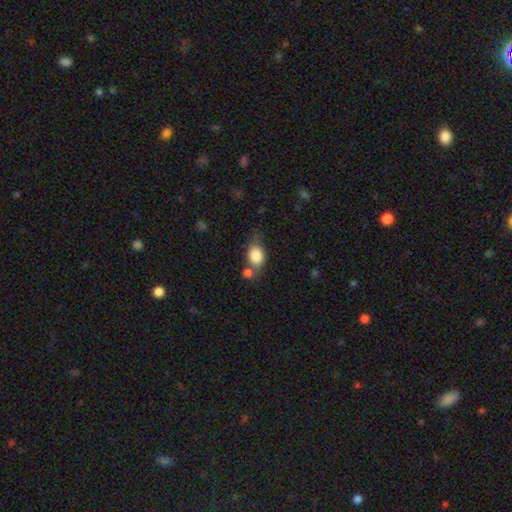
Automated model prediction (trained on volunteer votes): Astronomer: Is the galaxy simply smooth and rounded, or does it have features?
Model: smooth — 83%.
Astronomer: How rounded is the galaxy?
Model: in between — 66%.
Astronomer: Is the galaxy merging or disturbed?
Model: none — 44% (runner-up: merger, 23%).